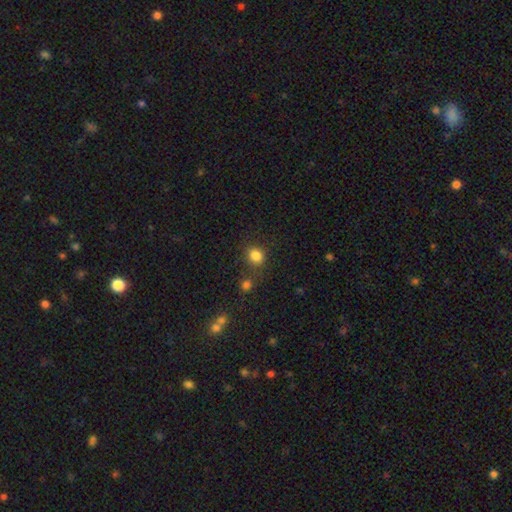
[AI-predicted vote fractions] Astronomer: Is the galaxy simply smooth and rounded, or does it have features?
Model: smooth — 83%.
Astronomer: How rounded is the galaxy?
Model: round — 74%.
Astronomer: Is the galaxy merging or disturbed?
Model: none — 74%.